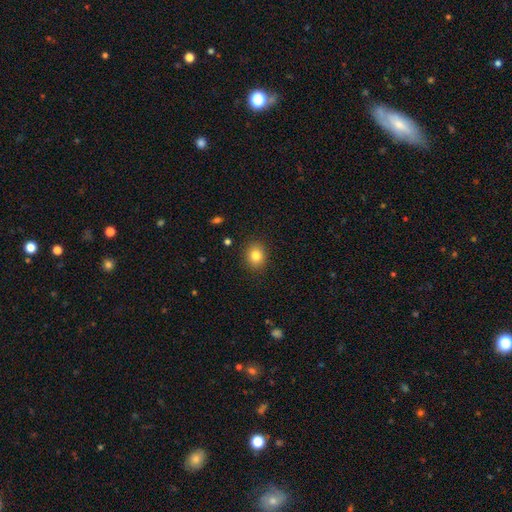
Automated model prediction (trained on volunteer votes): smooth 83%, star or artifact 10%, featured or disk 7%. Down the decision tree: how rounded — round (68%); merging — none (90%).